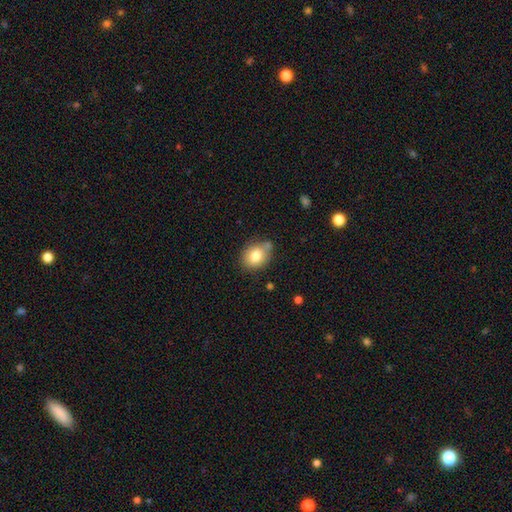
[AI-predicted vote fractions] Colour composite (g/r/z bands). It shows a smooth galaxy with no disk features (78%) that is in between round and cigar-shaped (57%). Merging: none (61%).